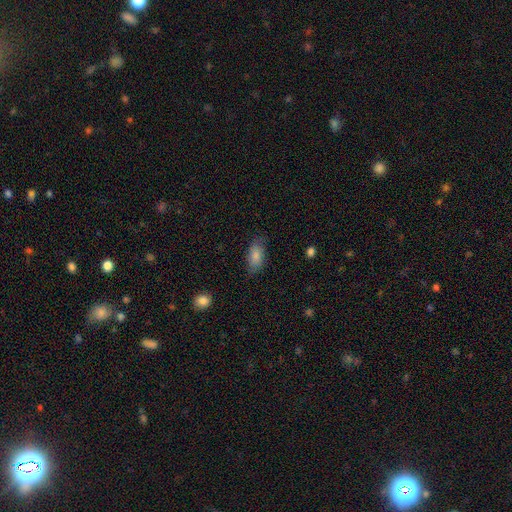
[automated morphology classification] Smooth or featured? smooth (82%)
How rounded? in between (91%)
Merging? none (76%)